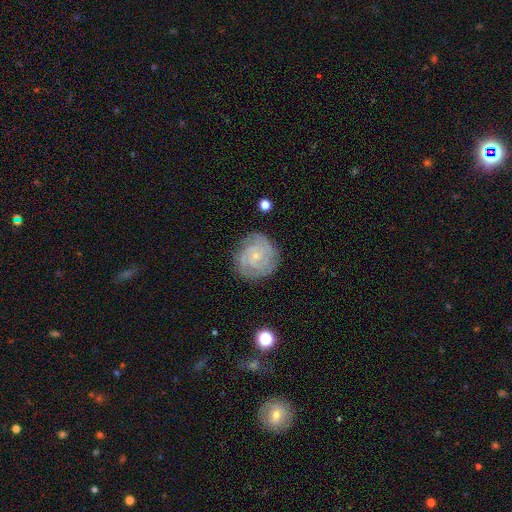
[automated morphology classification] type=featured or disk (84%); edge-on=no (98%); bar=no (72%); spiral arms=yes (97%); winding=tight (77%); arm count=3 (29%, tied with 2); bulge=small (82%); merging=none (80%).